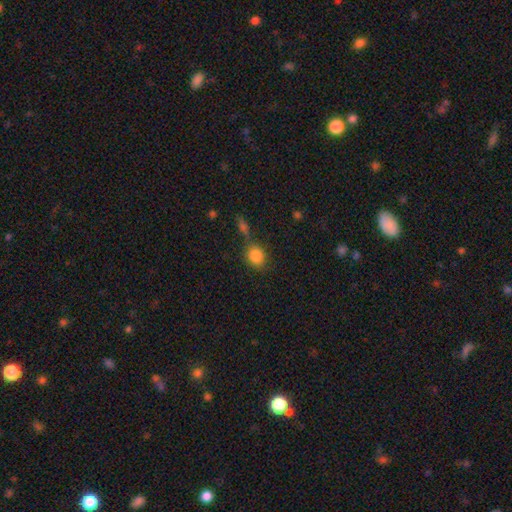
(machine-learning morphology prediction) type=smooth (85%); roundness=round (62%); merging=none (64%).